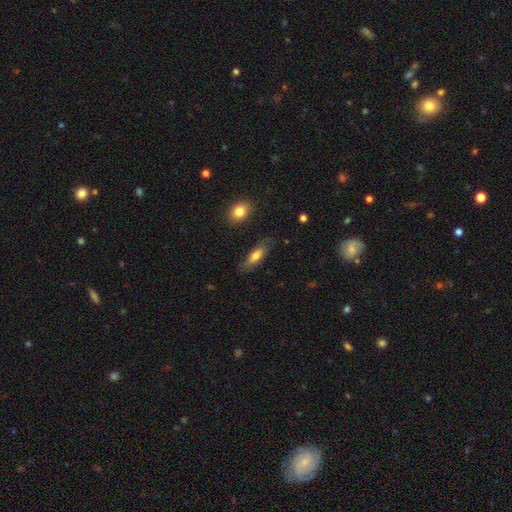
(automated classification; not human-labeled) A smooth galaxy with no disk features (65%) that is in between round and cigar-shaped (57%).

Vote fractions:
- Smooth or featured? smooth: 65% / featured or disk: 28% / star or artifact: 7%
- How rounded? in between: 57% / cigar-shaped: 40% / round: 3%
- Merging? none: 75% / minor disturbance: 18% / major disturbance: 5% / merger: 2%